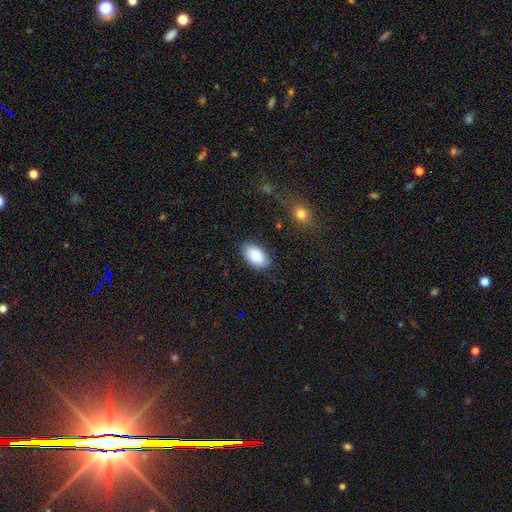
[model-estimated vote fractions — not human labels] Q: Smooth or featured?
A: smooth (88%); runner-up: star or artifact (6%)
Q: How rounded?
A: in between (95%); runner-up: round (4%)
Q: Merging?
A: none (84%); runner-up: minor disturbance (12%)